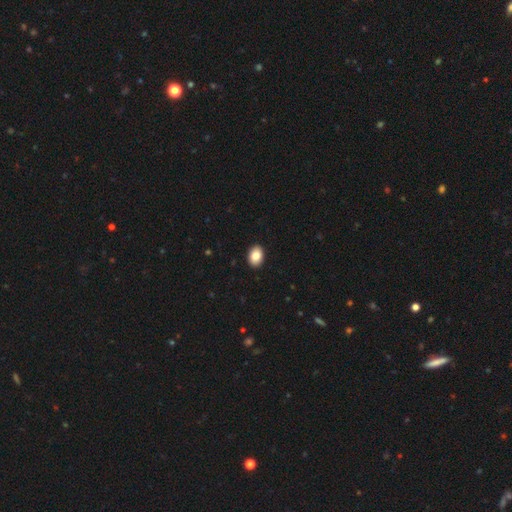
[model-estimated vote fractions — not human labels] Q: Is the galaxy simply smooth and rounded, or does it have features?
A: smooth — 85%.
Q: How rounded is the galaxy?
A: in between — 81%.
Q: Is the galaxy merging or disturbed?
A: none — 92%.